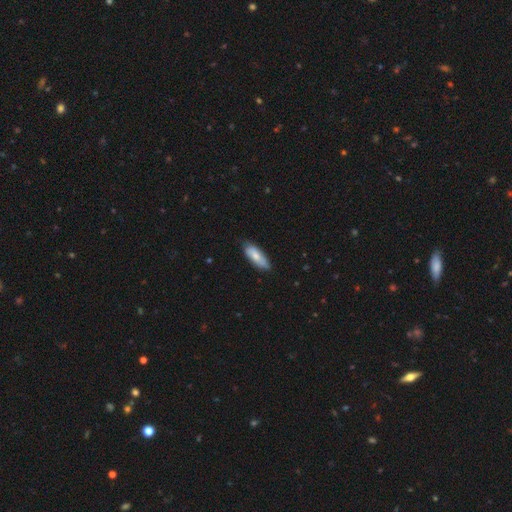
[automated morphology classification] A smooth galaxy with no disk features (72%) that is in between round and cigar-shaped (67%).

Vote fractions:
- Smooth or featured? smooth: 72% / featured or disk: 22% / star or artifact: 6%
- How rounded? in between: 67% / cigar-shaped: 31% / round: 2%
- Merging? none: 79% / minor disturbance: 17% / major disturbance: 2% / merger: 1%